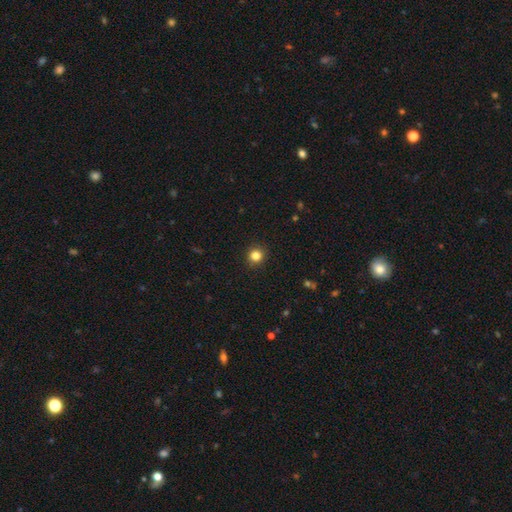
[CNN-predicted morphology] Smooth or featured: smooth — 83% (star or artifact — 12%)
How rounded: round — 89% (in between — 10%)
Merging: none — 91% (minor disturbance — 6%)